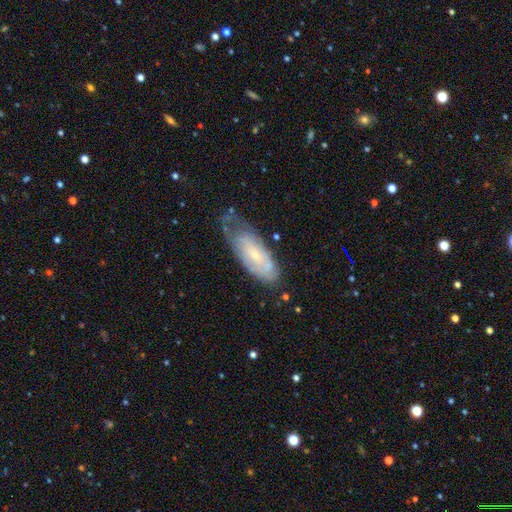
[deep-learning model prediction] This is possibly a featured or disk galaxy (59%). It is clearly not viewed edge-on (87%). Bar: likely no (67%). Spiral arm pattern: likely yes (71%). Central bulge: likely small (69%). Merging: marginally none (44%).